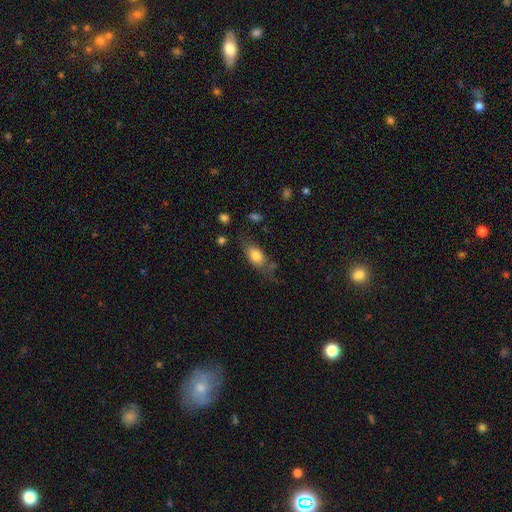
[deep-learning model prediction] Morphology: type=smooth (76%); roundness=in between (82%); merging=none (60%).